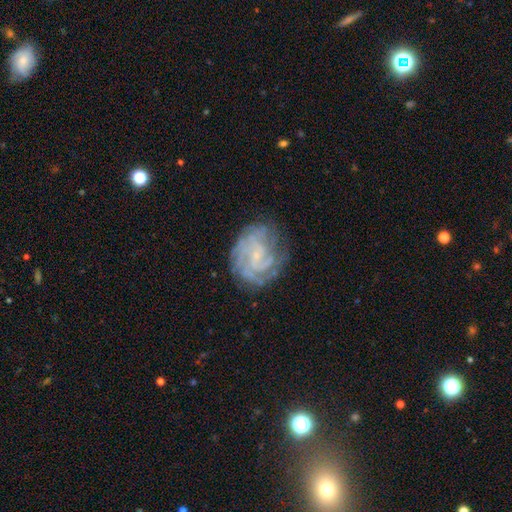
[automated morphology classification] featured or disk 82%, smooth 10%, star or artifact 8%. Down the decision tree: edge-on disk — no (98%); bar — no (56%); spiral arms — yes (95%); spiral arm count — can't tell (33%); spiral winding — tight (67%); bulge size — small (72%); merging — none (72%).